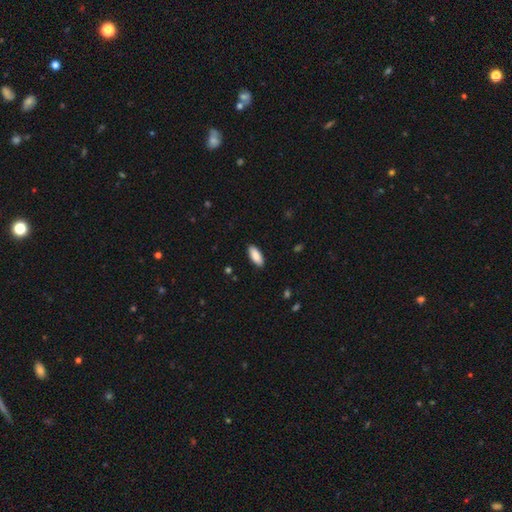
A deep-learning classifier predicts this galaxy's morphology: smooth_or_featured: smooth (p=0.89) [alt: star or artifact p=0.06]
how_rounded: in between (p=0.80) [alt: cigar-shaped p=0.19]
merging: none (p=0.90) [alt: minor disturbance p=0.08]